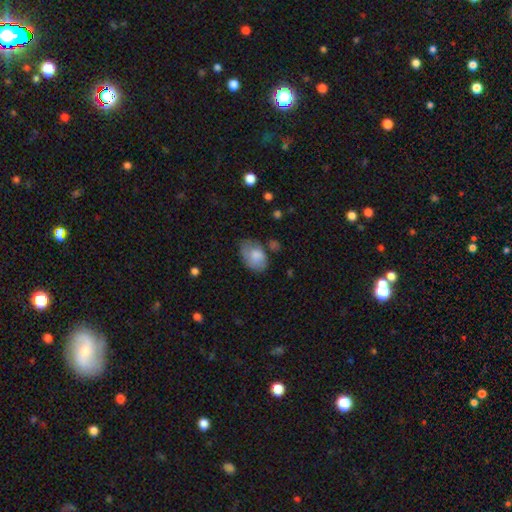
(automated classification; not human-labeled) Smooth or featured? Predicted: smooth (p=0.75). How rounded? Predicted: in between (p=0.84). Merging? Predicted: none (p=0.54).